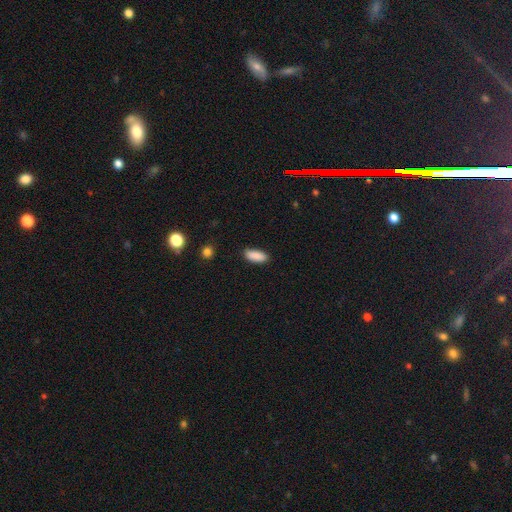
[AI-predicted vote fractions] Morphology: type=smooth (90%); roundness=in between (82%); merging=none (88%).